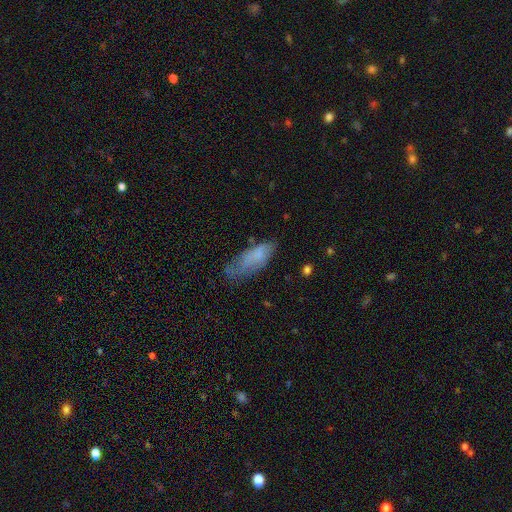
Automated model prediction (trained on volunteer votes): A smooth galaxy with no disk features (69%) that is in between round and cigar-shaped (68%). Merging: none (44%).